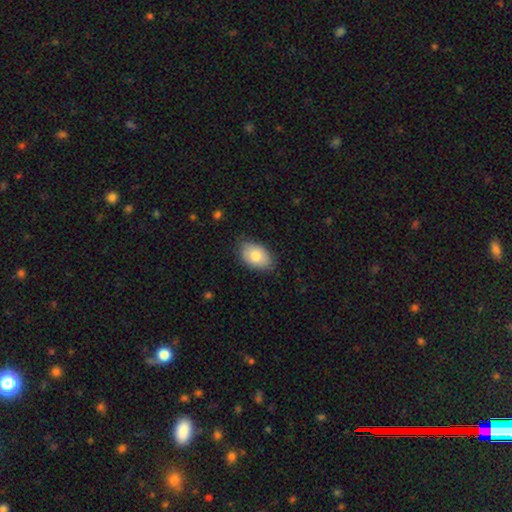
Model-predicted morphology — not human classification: This appears to be a smooth galaxy with no disk features (79%) that is in between round and cigar-shaped (90%). Merging: none (77%).